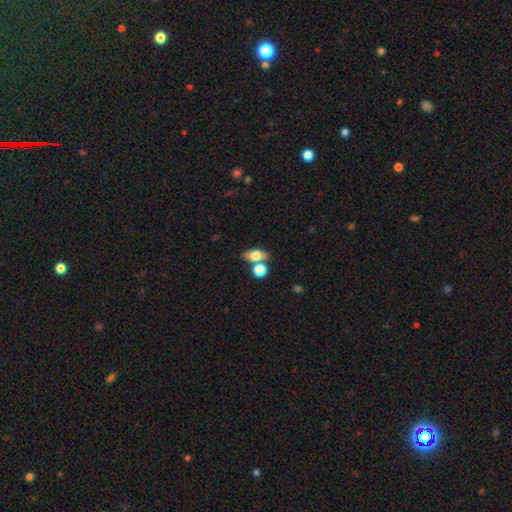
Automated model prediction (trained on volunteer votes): Q: Smooth or featured?
A: smooth (75%); runner-up: featured or disk (16%)
Q: How rounded?
A: in between (76%); runner-up: round (19%)
Q: Merging?
A: none (58%); runner-up: merger (27%)